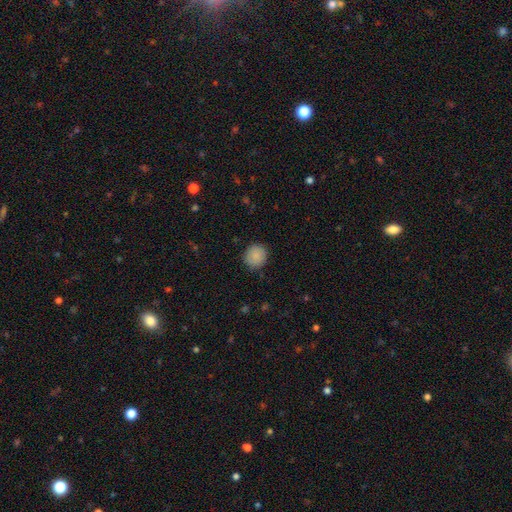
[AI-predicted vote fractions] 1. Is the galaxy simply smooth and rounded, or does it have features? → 87% smooth, 8% star or artifact, 5% featured or disk.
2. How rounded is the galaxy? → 89% round, 10% in between, 1% cigar-shaped.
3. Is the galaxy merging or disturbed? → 88% none, 9% minor disturbance, 2% major disturbance, 1% merger.